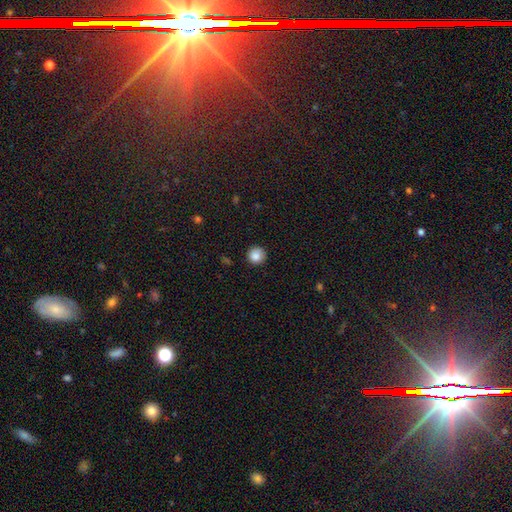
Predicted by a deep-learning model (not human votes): This appears to be a smooth galaxy with no disk features (86%) that is round (95%). Merging: none (90%).